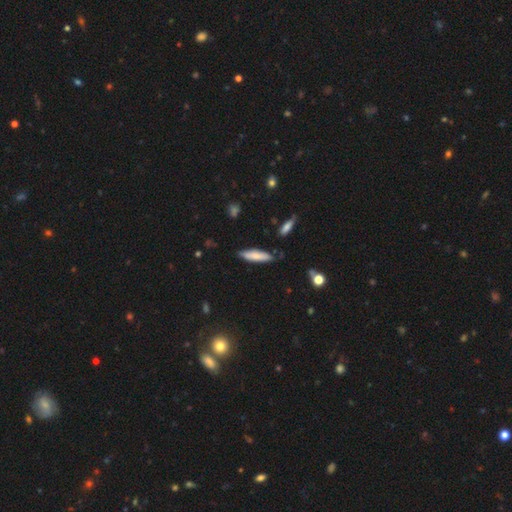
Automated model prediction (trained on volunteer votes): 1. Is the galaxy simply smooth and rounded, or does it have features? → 78% smooth, 16% featured or disk, 6% star or artifact.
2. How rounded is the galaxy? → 71% cigar-shaped, 28% in between, 1% round.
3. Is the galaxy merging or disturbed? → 82% none, 14% minor disturbance, 2% merger, 2% major disturbance.